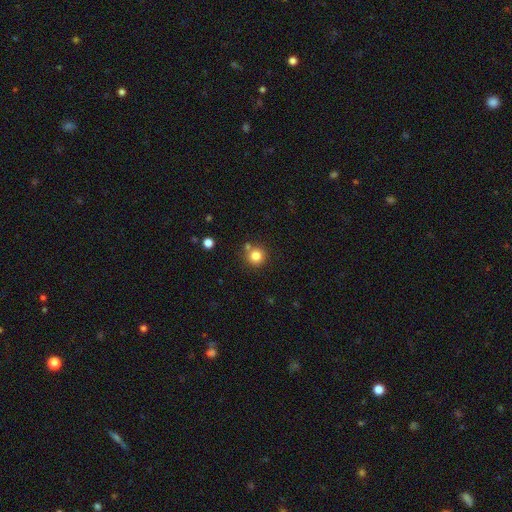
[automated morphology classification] Smooth or featured: smooth — 81% (star or artifact — 12%)
How rounded: round — 94% (in between — 5%)
Merging: none — 74% (merger — 14%)